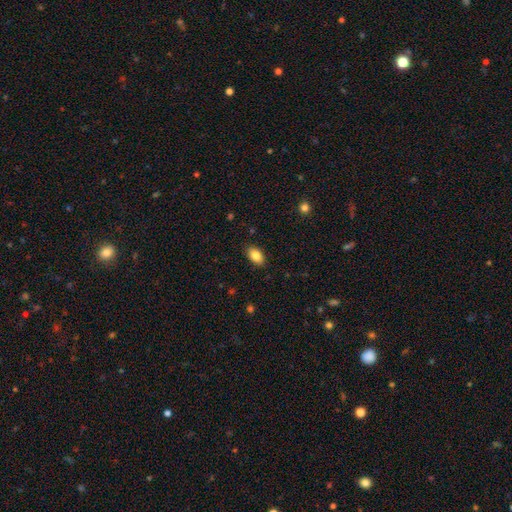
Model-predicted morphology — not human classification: Overall: smooth (85%). How rounded: in between (91%). Merging: none (87%).